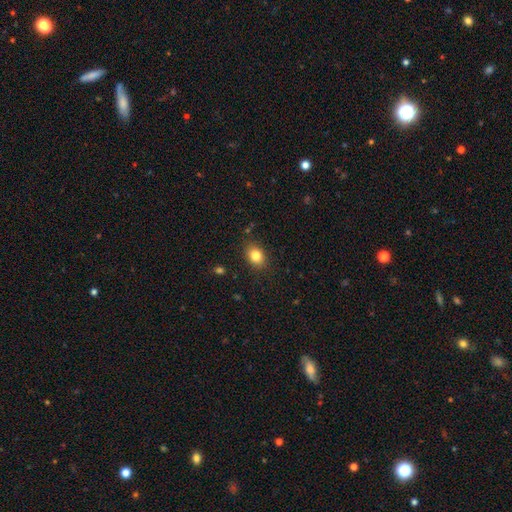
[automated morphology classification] Smooth or featured? smooth (83%)
How rounded? in between (59%)
Merging? none (86%)